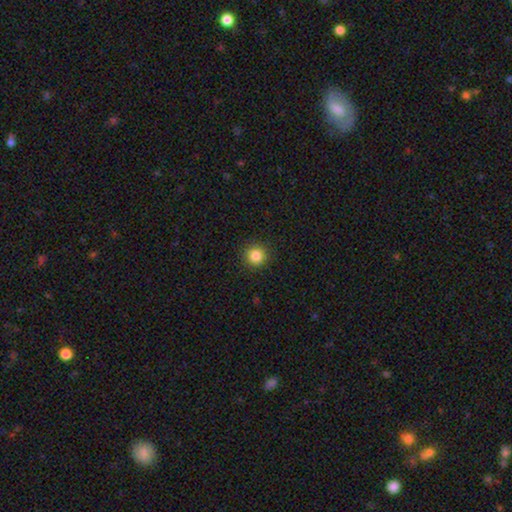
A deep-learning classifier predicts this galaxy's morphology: Q: Smooth or featured?
A: smooth (85%); runner-up: star or artifact (11%)
Q: How rounded?
A: round (95%); runner-up: in between (4%)
Q: Merging?
A: none (92%); runner-up: minor disturbance (5%)